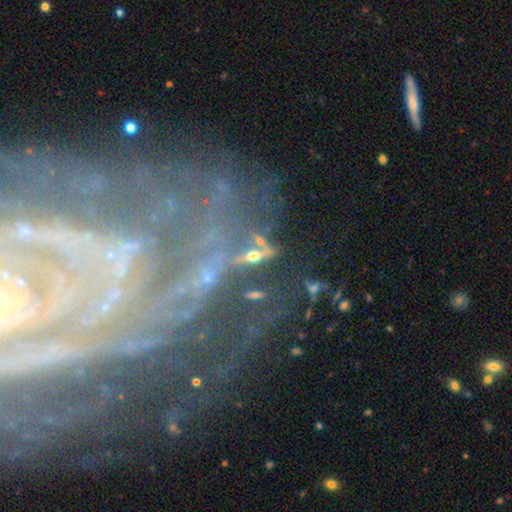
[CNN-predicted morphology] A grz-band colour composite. It shows a featured or disk galaxy (54%) viewed edge-on (67%). Merging: none (61%).